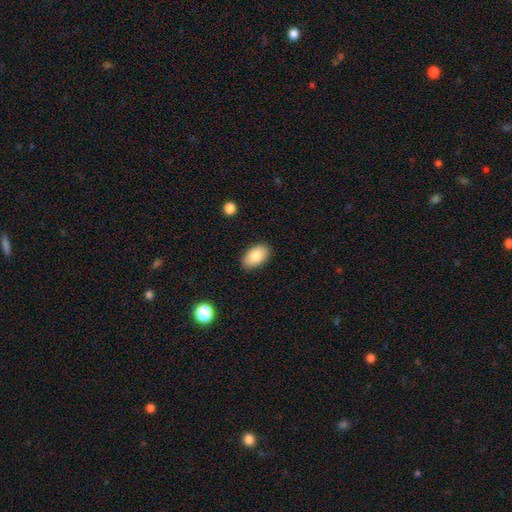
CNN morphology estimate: smooth_or_featured: smooth (p=0.85) [alt: featured or disk p=0.08]
how_rounded: in between (p=0.94) [alt: round p=0.05]
merging: none (p=0.86) [alt: minor disturbance p=0.10]